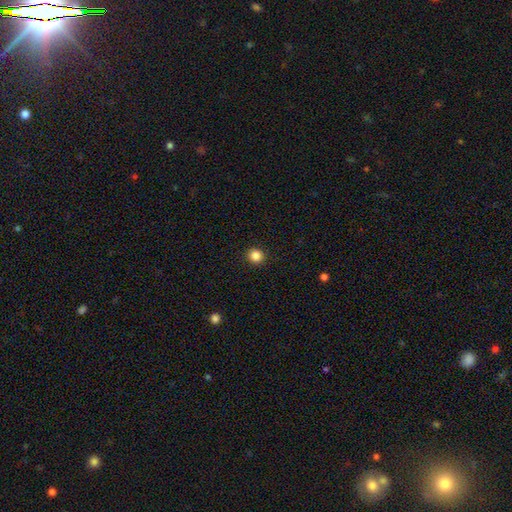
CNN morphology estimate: This appears to be a smooth galaxy with no disk features (85%) that is round (91%). Merging: none (93%).